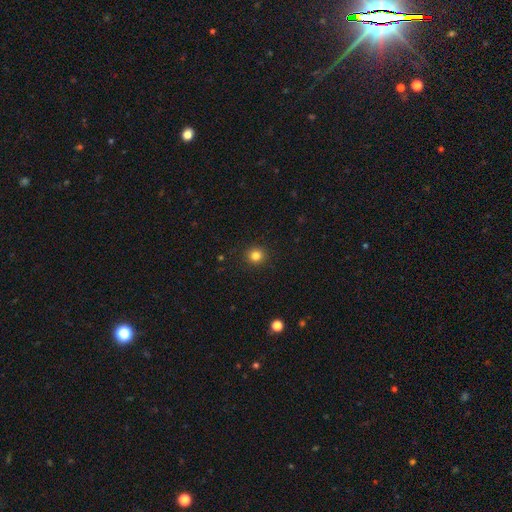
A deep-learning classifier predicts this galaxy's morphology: smooth 83%, star or artifact 12%, featured or disk 5%. Down the decision tree: how rounded — round (91%); merging — none (92%).